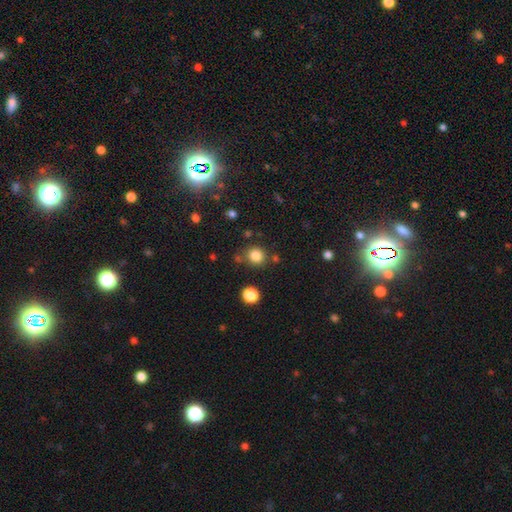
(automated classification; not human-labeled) Overall: smooth (83%). How rounded: round (88%). Merging: none (79%).